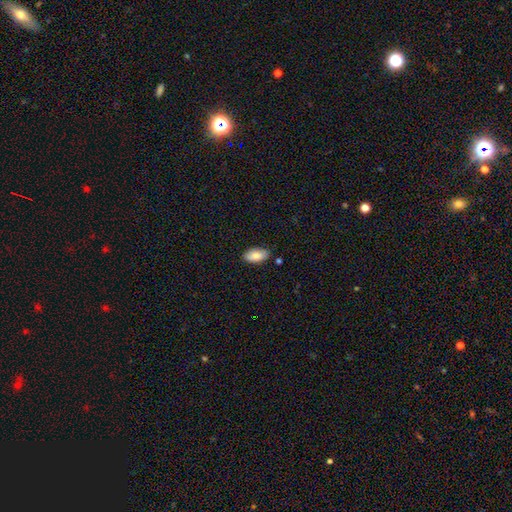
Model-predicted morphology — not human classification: A smooth galaxy with no disk features (86%) that is in between round and cigar-shaped (93%). Merging: none (82%).